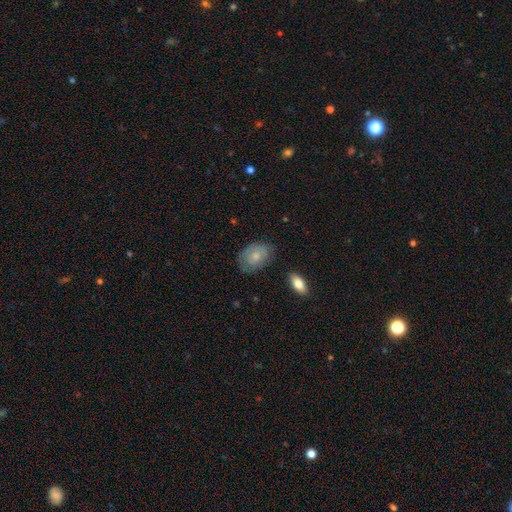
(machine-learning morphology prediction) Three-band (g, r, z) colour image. It shows a smooth galaxy with no disk features (68%) that is in between round and cigar-shaped (81%). Merging: none (68%).